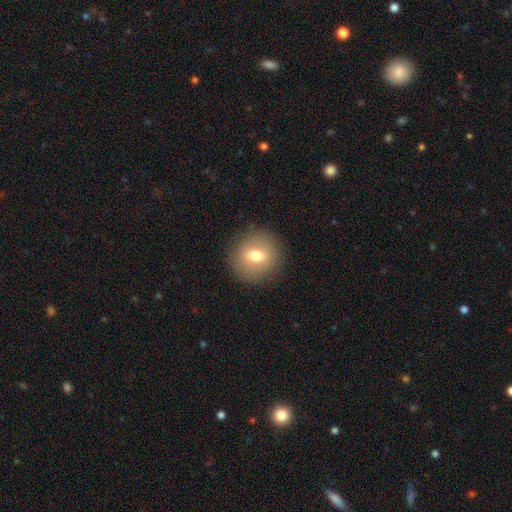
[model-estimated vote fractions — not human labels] Q: Smooth or featured?
A: smooth (69%); runner-up: featured or disk (21%)
Q: How rounded?
A: round (87%); runner-up: in between (12%)
Q: Merging?
A: none (88%); runner-up: minor disturbance (7%)